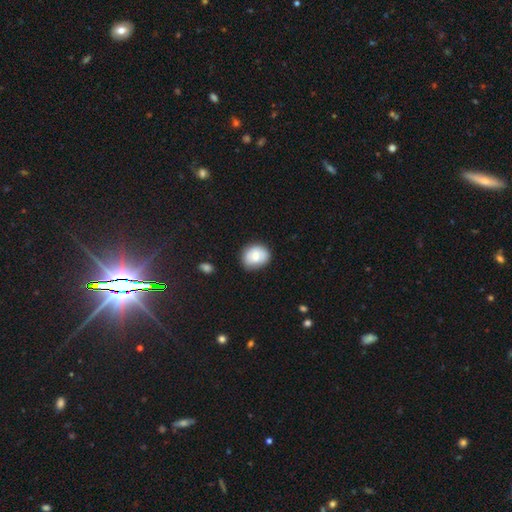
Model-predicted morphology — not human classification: Overall: smooth (71%). How rounded: round (61%; in between 38%). Merging: none (75%).